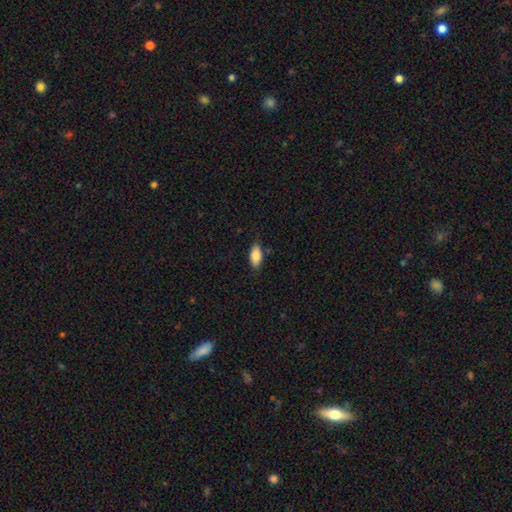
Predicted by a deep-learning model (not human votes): Smooth or featured? Predicted: smooth (p=0.85). How rounded? Predicted: in between (p=0.90). Merging? Predicted: none (p=0.75).